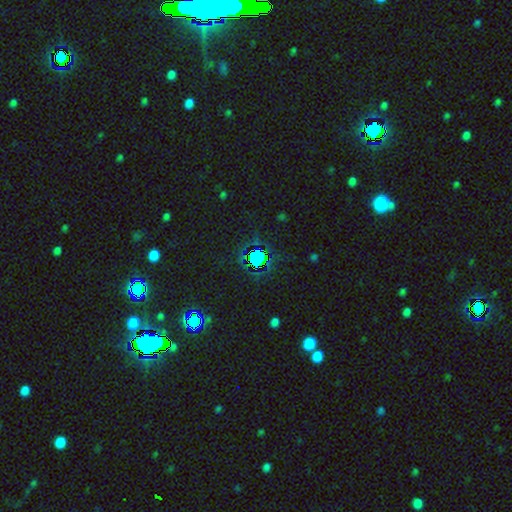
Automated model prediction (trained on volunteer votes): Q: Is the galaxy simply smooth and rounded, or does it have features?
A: star or artifact — 73%.